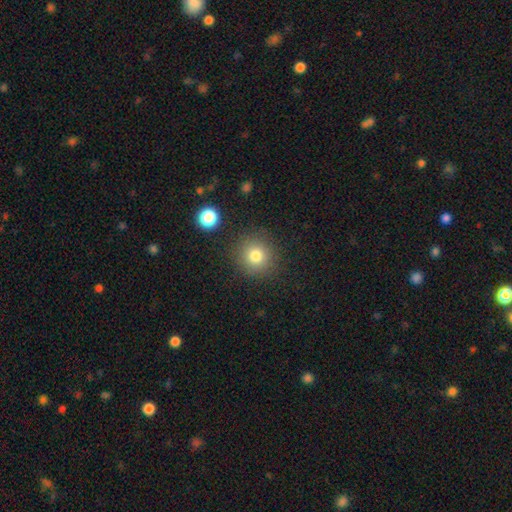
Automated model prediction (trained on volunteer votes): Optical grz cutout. It shows a smooth galaxy with no disk features (80%) that is round (91%). Merging: none (86%).